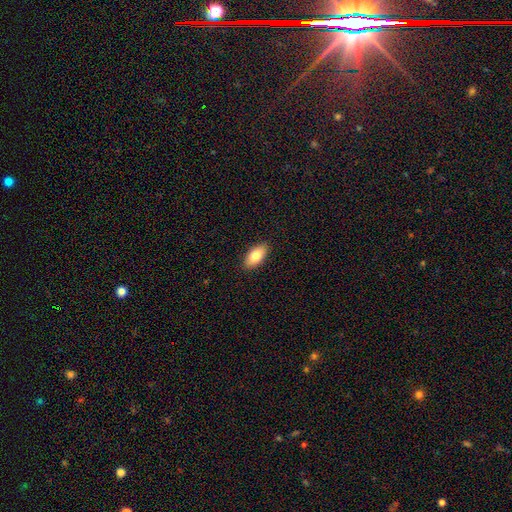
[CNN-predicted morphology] Smooth or featured? Predicted: smooth (p=0.80). How rounded? Predicted: in between (p=0.92). Merging? Predicted: none (p=0.90).